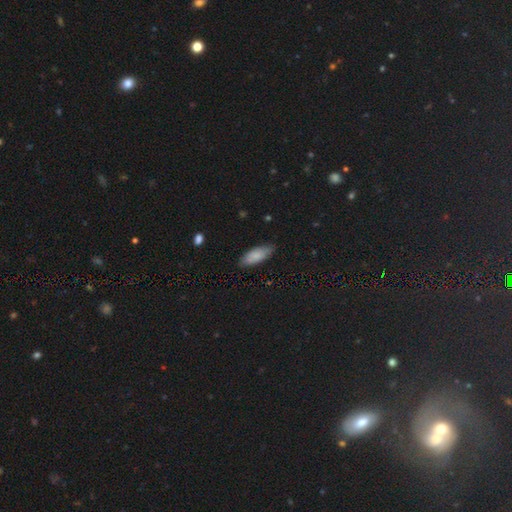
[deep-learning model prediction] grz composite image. It shows a smooth galaxy with no disk features (81%) that is in between round and cigar-shaped (75%). Merging: none (80%).